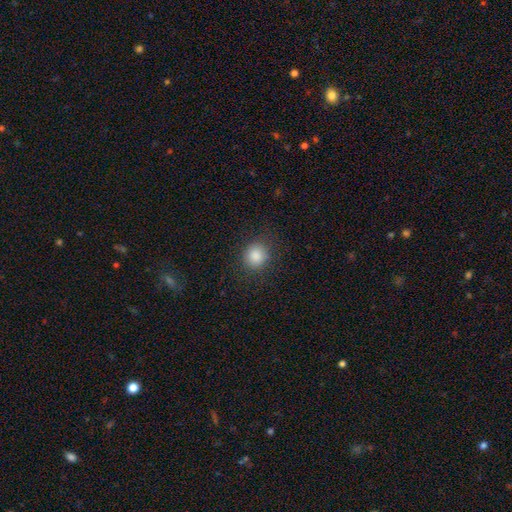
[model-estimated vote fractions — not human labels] smooth 86%, star or artifact 10%, featured or disk 4%. Down the decision tree: how rounded — round (82%); merging — none (86%).